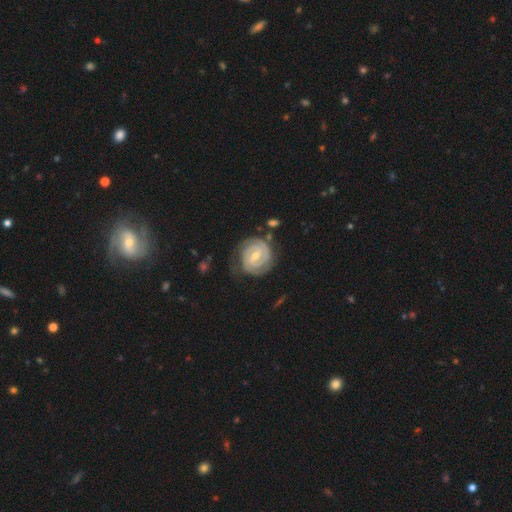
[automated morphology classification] Smooth or featured: featured or disk — 89% (smooth — 7%)
Edge-on disk: no — 98% (yes — 2%)
Bar: weak — 55% (strong — 25%)
Spiral arms: yes — 97% (no — 3%)
Spiral winding: tight — 82% (medium — 15%)
Spiral arm count: 2 — 66% (can't tell — 13%)
Bulge size: moderate — 54% (small — 43%)
Merging: none — 73% (minor disturbance — 17%)